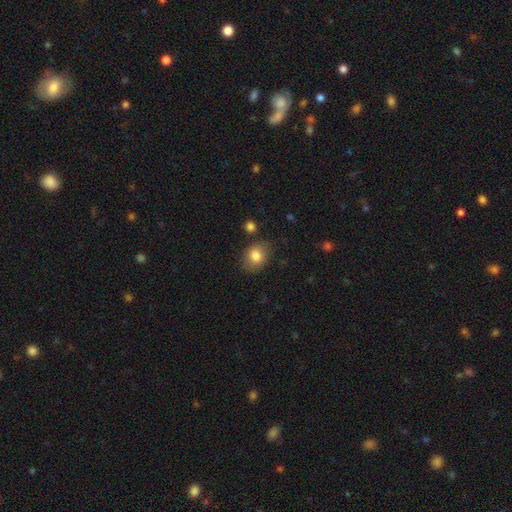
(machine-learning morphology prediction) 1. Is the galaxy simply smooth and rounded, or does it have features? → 82% smooth, 9% star or artifact, 9% featured or disk.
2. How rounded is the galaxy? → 53% in between, 46% round, 1% cigar-shaped.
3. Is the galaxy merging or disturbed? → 78% none, 14% minor disturbance, 4% major disturbance, 4% merger.